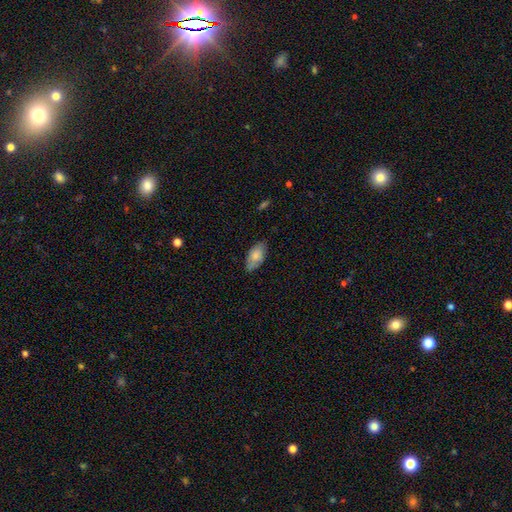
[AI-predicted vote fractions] Q: Smooth or featured?
A: smooth (75%); runner-up: featured or disk (18%)
Q: How rounded?
A: in between (93%); runner-up: cigar-shaped (4%)
Q: Merging?
A: none (71%); runner-up: minor disturbance (24%)